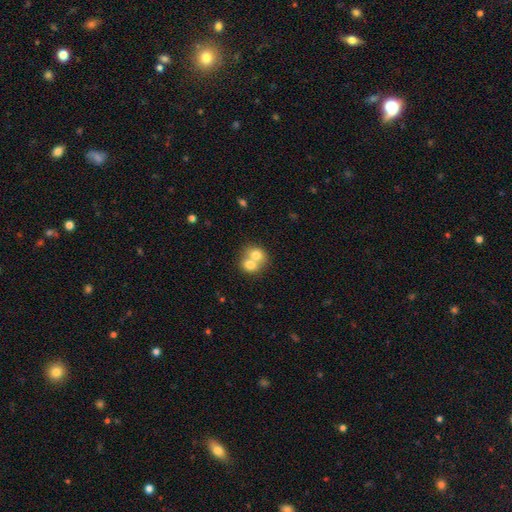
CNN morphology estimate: A smooth galaxy with no disk features (72%) that is round (63%). Merging: merger (71%).